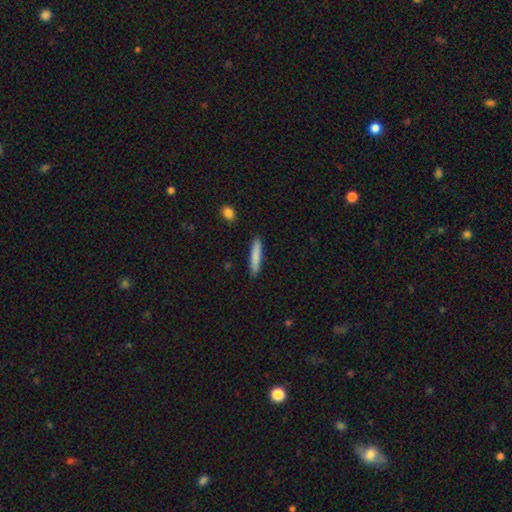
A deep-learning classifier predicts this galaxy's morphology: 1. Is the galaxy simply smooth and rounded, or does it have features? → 83% smooth, 11% featured or disk, 6% star or artifact.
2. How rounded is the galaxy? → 88% cigar-shaped, 11% in between, 1% round.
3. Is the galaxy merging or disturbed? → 88% none, 9% minor disturbance, 2% major disturbance, 2% merger.